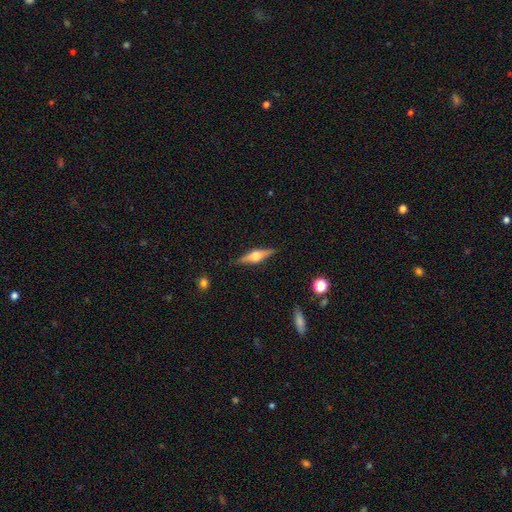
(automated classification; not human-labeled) Morphology: type=featured or disk (74%); edge-on=yes (97%); edge-on bulge=rounded (92%); merging=none (88%).